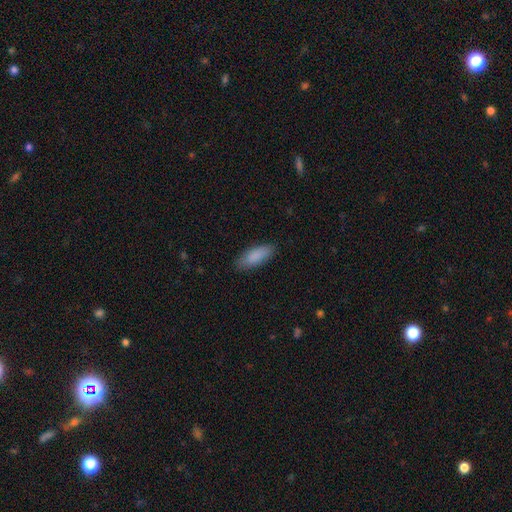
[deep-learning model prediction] This is clearly a smooth galaxy (88%). How rounded: likely in between (72%). Merging: clearly none (86%).